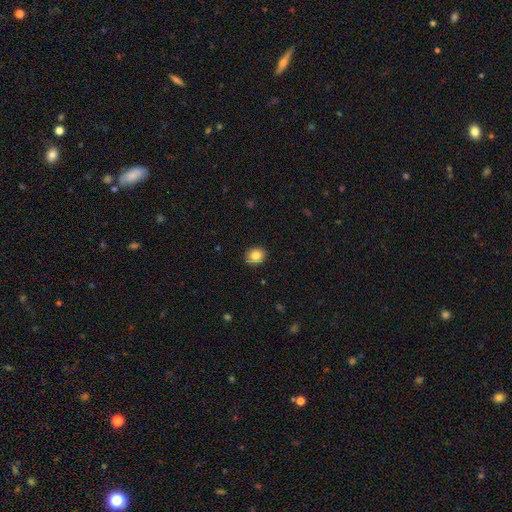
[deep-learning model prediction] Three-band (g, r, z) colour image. It shows a smooth galaxy with no disk features (84%) that is round (67%). Merging: none (91%).